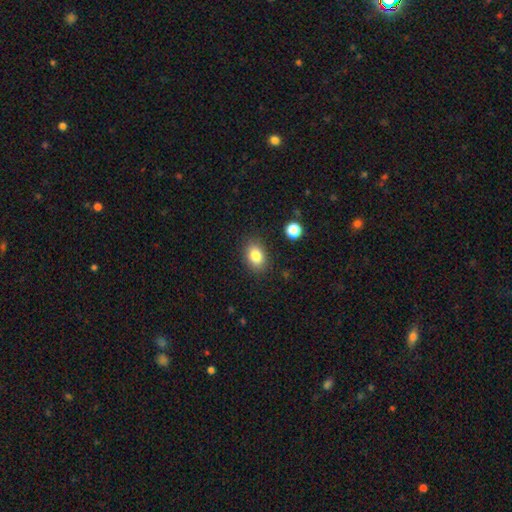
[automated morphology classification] Q: Smooth or featured?
A: smooth (84%); runner-up: star or artifact (9%)
Q: How rounded?
A: in between (77%); runner-up: round (22%)
Q: Merging?
A: none (85%); runner-up: minor disturbance (10%)